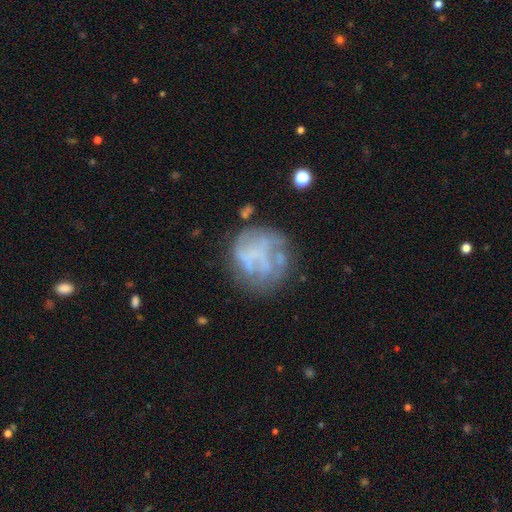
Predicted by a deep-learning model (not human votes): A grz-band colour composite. It shows a featured or disk galaxy (57%) with no bar (82%), no spiral arms (74%) and no central bulge (78%). Merging: none (54%).